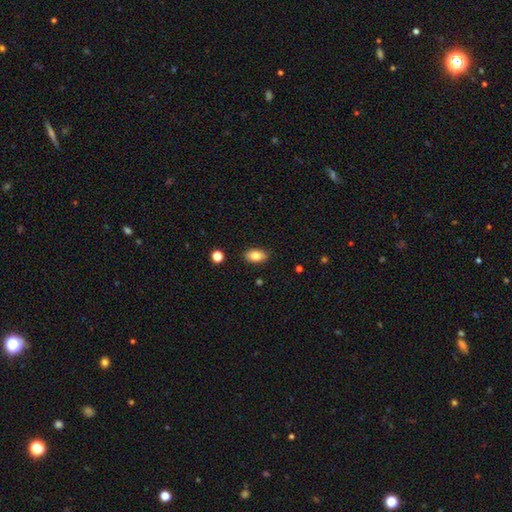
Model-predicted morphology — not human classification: smooth_or_featured: smooth (p=0.82) [alt: featured or disk p=0.10]
how_rounded: in between (p=0.90) [alt: round p=0.07]
merging: none (p=0.87) [alt: minor disturbance p=0.10]